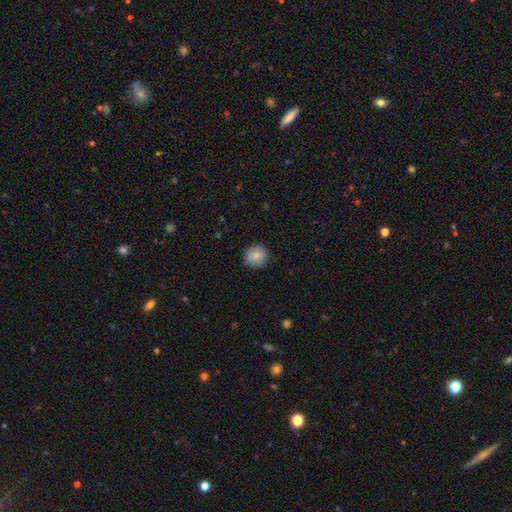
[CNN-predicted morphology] smooth-or-featured: smooth: 86% | star or artifact: 8% | featured or disk: 6%
  how-rounded: round: 91% | in between: 8% | cigar-shaped: 1%
  merging: none: 88% | minor disturbance: 9% | major disturbance: 2% | merger: 1%